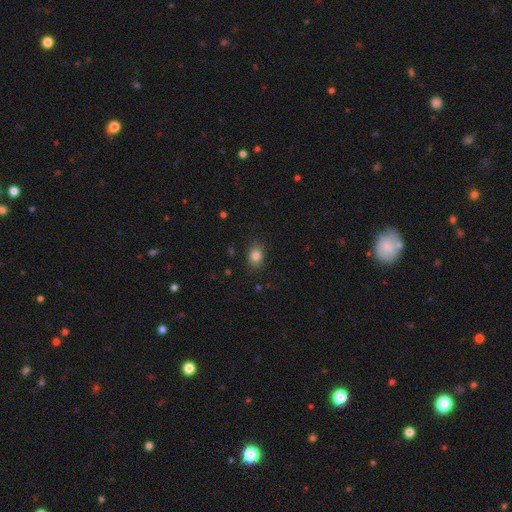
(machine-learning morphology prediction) Smooth or featured: smooth — 83% (star or artifact — 11%)
How rounded: in between — 66% (round — 33%)
Merging: none — 83% (minor disturbance — 12%)